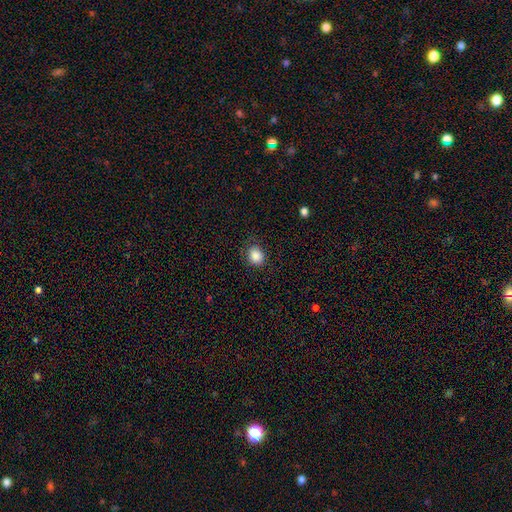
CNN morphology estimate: This is clearly a smooth galaxy (86%). How rounded: likely round (64%). Merging: likely none (79%).